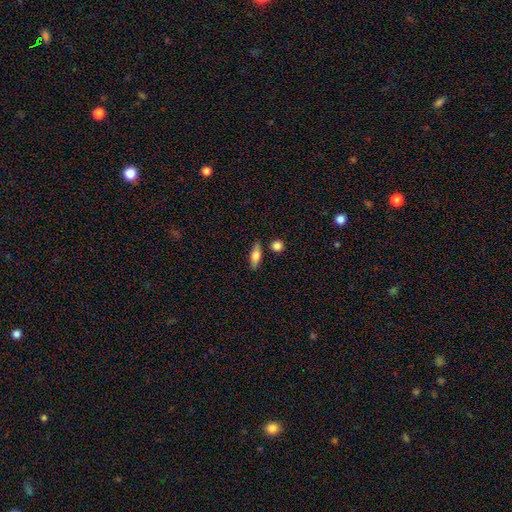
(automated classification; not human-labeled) smooth_or_featured: smooth (p=0.66) [alt: featured or disk p=0.26]
how_rounded: in between (p=0.59) [alt: cigar-shaped p=0.36]
merging: none (p=0.80) [alt: minor disturbance p=0.11]